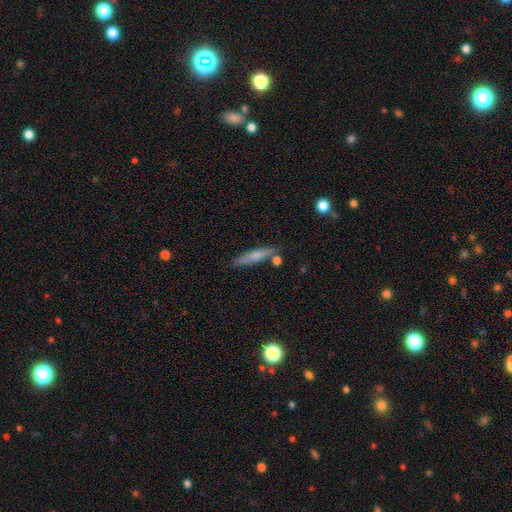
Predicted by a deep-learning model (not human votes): Smooth or featured? Predicted: smooth (p=0.67). How rounded? Predicted: cigar-shaped (p=0.87). Merging? Predicted: none (p=0.77).